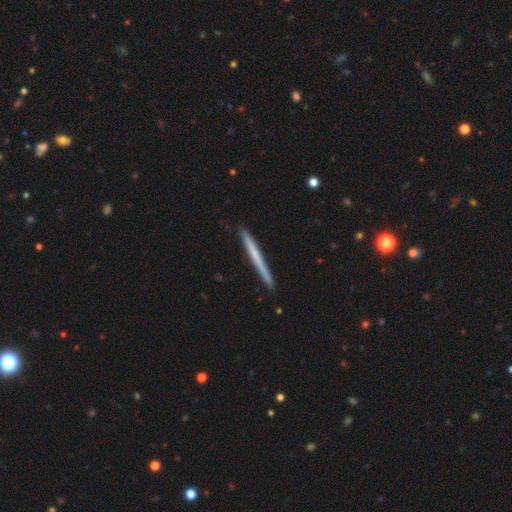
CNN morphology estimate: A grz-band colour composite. It shows a smooth galaxy with no disk features (50%). Merging: none (90%).